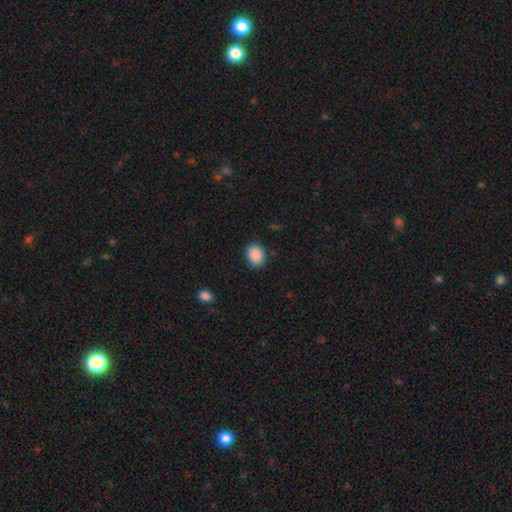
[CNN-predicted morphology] This appears to be a smooth galaxy with no disk features (90%) that is in between round and cigar-shaped (61%). Merging: none (88%).